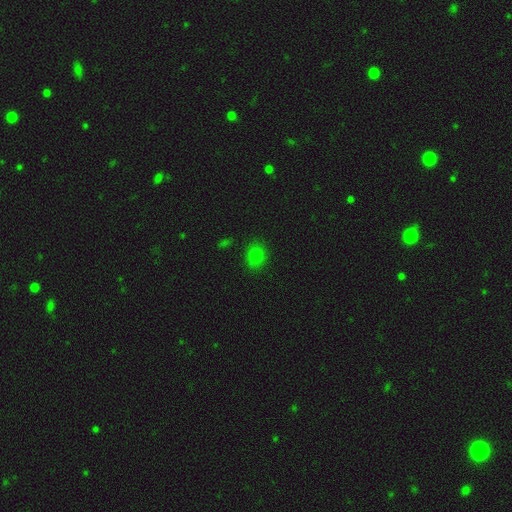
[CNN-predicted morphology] type=smooth (78%); roundness=round (70%); merging=none (85%).